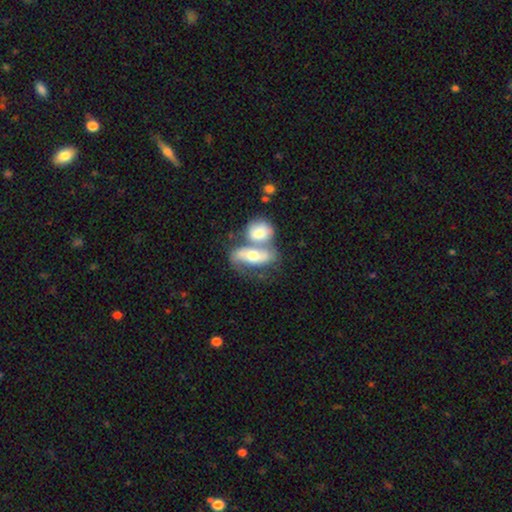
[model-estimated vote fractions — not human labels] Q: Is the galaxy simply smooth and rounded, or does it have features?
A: featured or disk — 51%.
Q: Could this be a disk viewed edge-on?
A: no — 87%.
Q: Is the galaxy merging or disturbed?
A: merger — 66%.